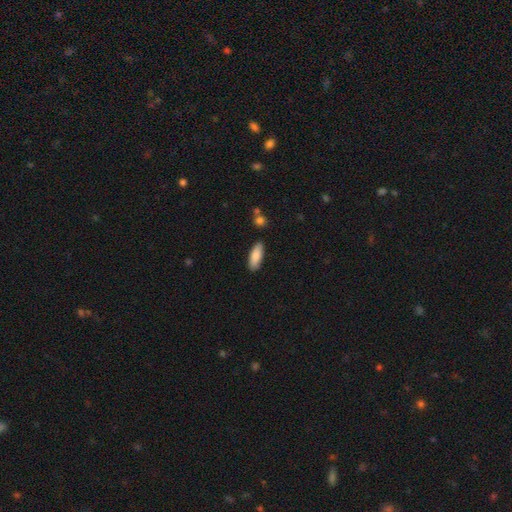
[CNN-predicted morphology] The model was most divided on "how rounded": in between: 67%, cigar-shaped: 31%, round: 2%. More confident: smooth or featured — smooth (87%); merging — none (85%).